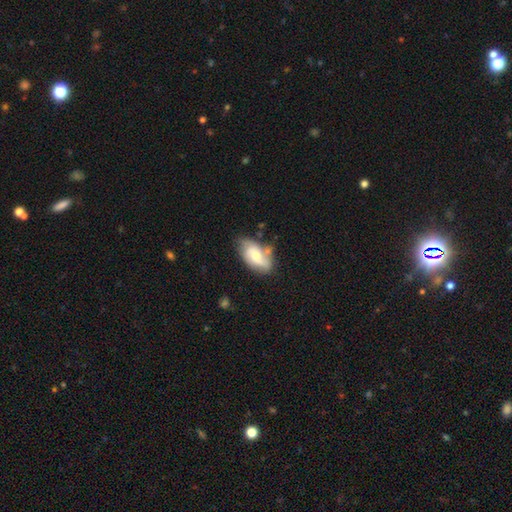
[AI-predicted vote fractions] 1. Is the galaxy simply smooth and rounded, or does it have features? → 54% featured or disk, 39% smooth, 7% star or artifact.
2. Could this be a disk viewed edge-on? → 93% no, 7% yes.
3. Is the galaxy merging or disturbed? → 55% none, 26% minor disturbance, 11% merger, 8% major disturbance.